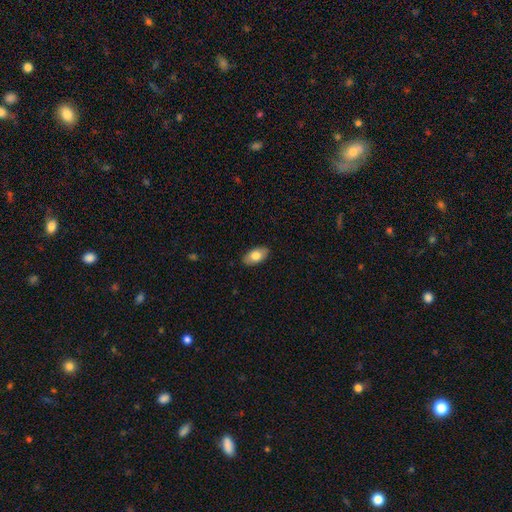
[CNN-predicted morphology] smooth 79%, featured or disk 15%, star or artifact 6%. Down the decision tree: how rounded — in between (94%); merging — none (88%).